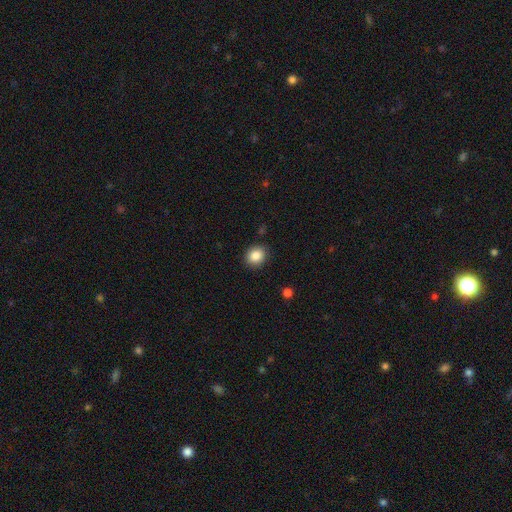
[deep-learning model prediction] Q: Smooth or featured?
A: smooth (86%); runner-up: star or artifact (9%)
Q: How rounded?
A: round (69%); runner-up: in between (30%)
Q: Merging?
A: none (88%); runner-up: minor disturbance (9%)